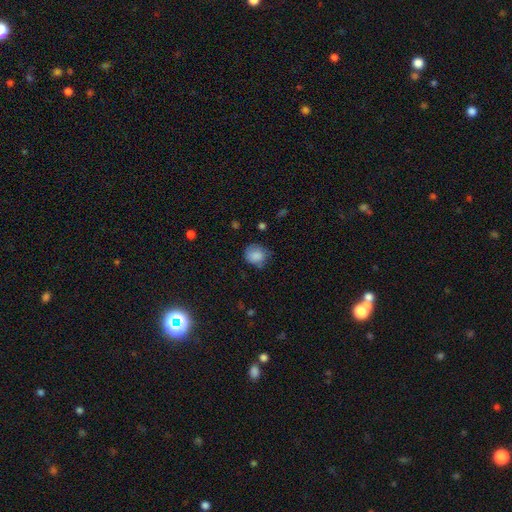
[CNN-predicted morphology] This appears to be a smooth galaxy with no disk features (83%) that is round (71%). Merging: none (58%).